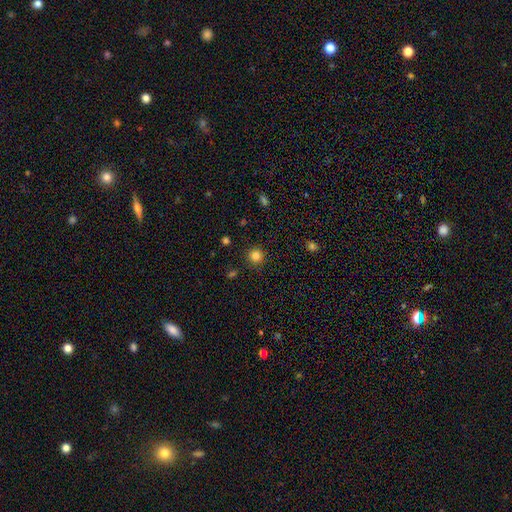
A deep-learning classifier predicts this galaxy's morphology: This is clearly a smooth galaxy (82%). How rounded: clearly round (94%). Merging: clearly none (90%).